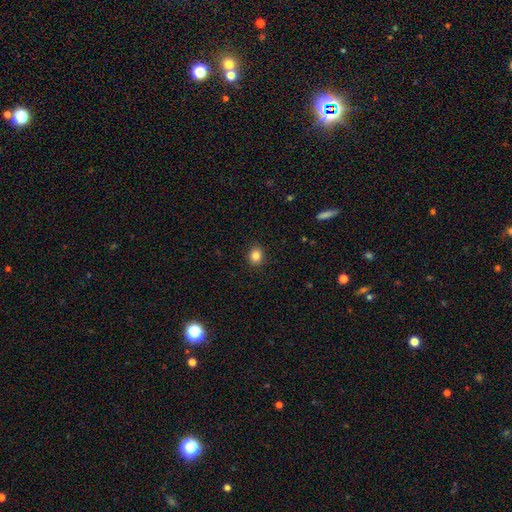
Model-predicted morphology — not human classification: Smooth or featured? smooth (84%)
How rounded? round (67%)
Merging? none (90%)